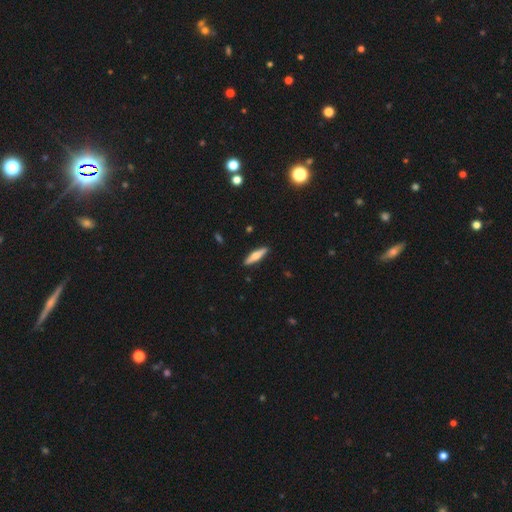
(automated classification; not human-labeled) Smooth or featured? Predicted: smooth (p=0.52). How rounded? Predicted: cigar-shaped (p=0.76). Merging? Predicted: none (p=0.90).